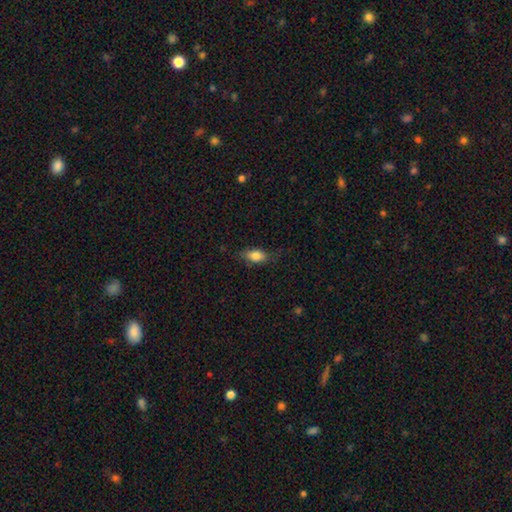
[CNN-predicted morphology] Smooth or featured? smooth (82%)
How rounded? in between (87%)
Merging? none (72%)